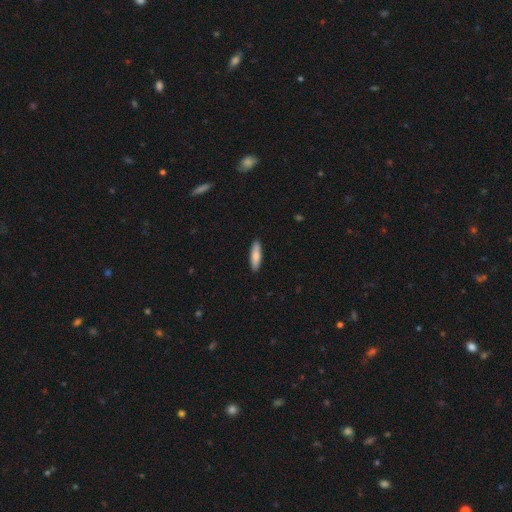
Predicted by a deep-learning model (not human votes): smooth-or-featured: smooth: 81% | featured or disk: 14% | star or artifact: 5%
  how-rounded: cigar-shaped: 68% | in between: 31% | round: 2%
  merging: none: 91% | minor disturbance: 7% | major disturbance: 1% | merger: 1%